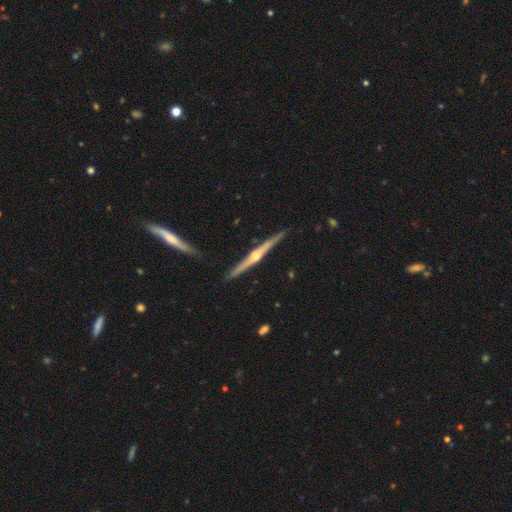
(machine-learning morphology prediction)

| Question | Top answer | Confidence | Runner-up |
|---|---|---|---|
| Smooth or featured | featured or disk | 84% | smooth (11%) |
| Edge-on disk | yes | 99% | no (1%) |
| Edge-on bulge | rounded | 91% | none (6%) |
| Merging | none | 90% | minor disturbance (7%) |